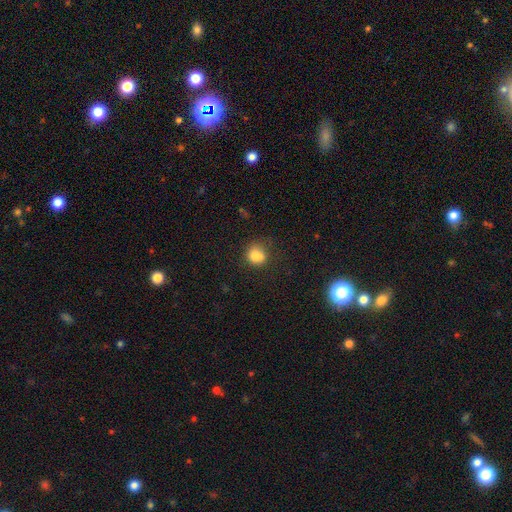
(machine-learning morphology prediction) Overall: smooth (73%). How rounded: round (73%). Merging: merger (41%; none 39%).